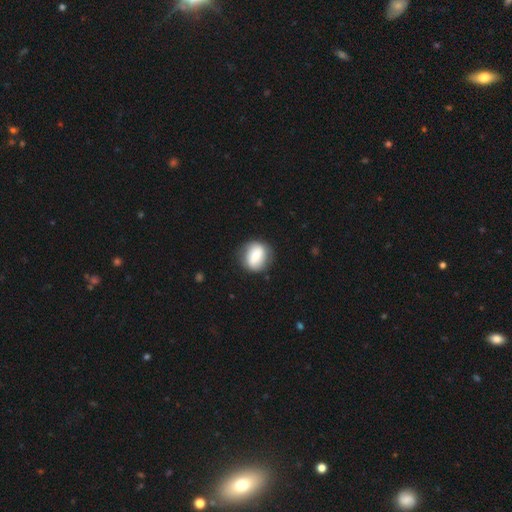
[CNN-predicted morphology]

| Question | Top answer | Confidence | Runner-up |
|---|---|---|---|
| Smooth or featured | smooth | 67% | featured or disk (26%) |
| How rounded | round | 66% | in between (32%) |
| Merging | none | 80% | minor disturbance (14%) |